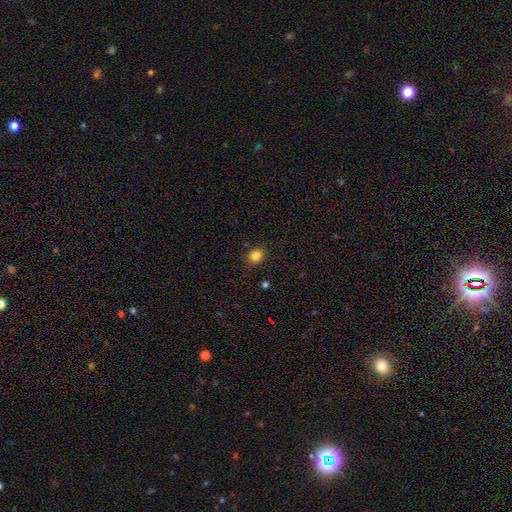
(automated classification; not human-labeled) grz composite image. It shows a smooth galaxy with no disk features (84%) that is round (67%). Merging: none (88%).